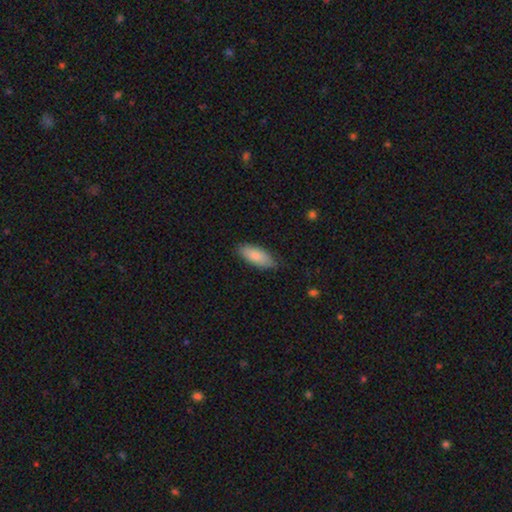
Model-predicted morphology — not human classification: Smooth or featured?
  - smooth: 84% *
  - featured or disk: 10%
  - star or artifact: 6%
How rounded?
  - in between: 82% *
  - cigar-shaped: 16%
  - round: 2%
Merging?
  - none: 77% *
  - minor disturbance: 18%
  - major disturbance: 3%
  - merger: 1%